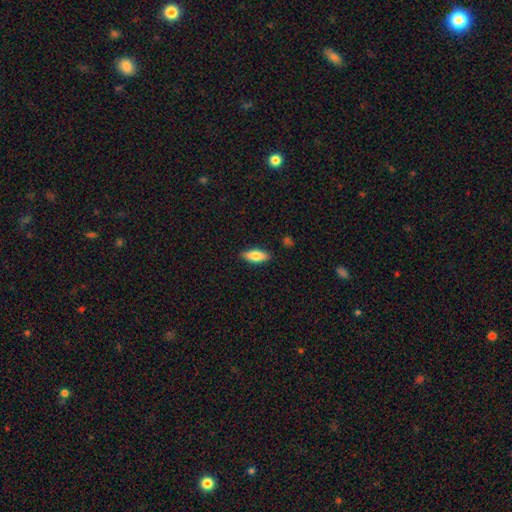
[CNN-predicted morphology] A smooth galaxy with no disk features (76%) that is in between round and cigar-shaped (73%). Merging: none (87%).